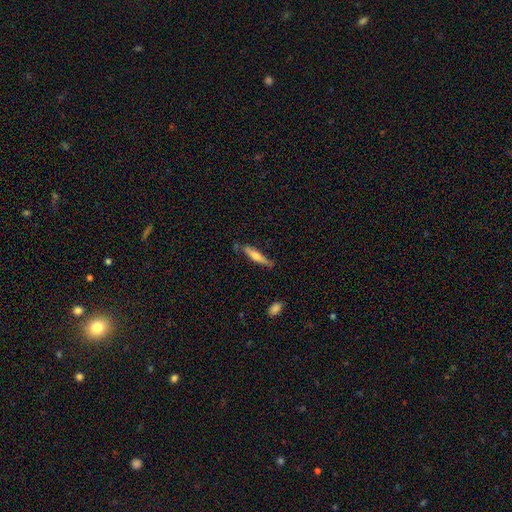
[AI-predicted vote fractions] smooth 52%, featured or disk 42%, star or artifact 6%. Down the decision tree: how rounded — cigar-shaped (84%); merging — none (72%).